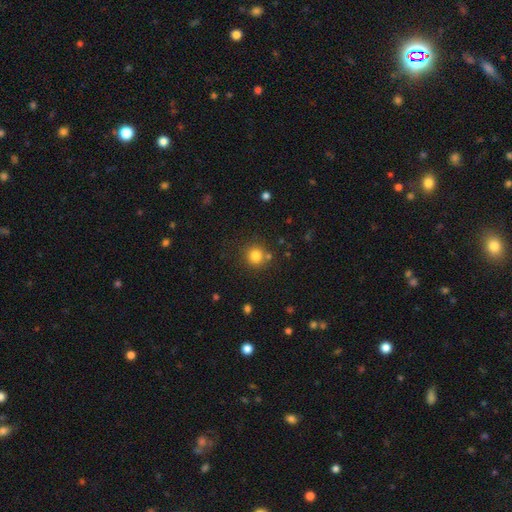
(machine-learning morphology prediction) Smooth or featured: smooth — 80% (star or artifact — 13%)
How rounded: round — 93% (in between — 6%)
Merging: none — 80% (minor disturbance — 9%)